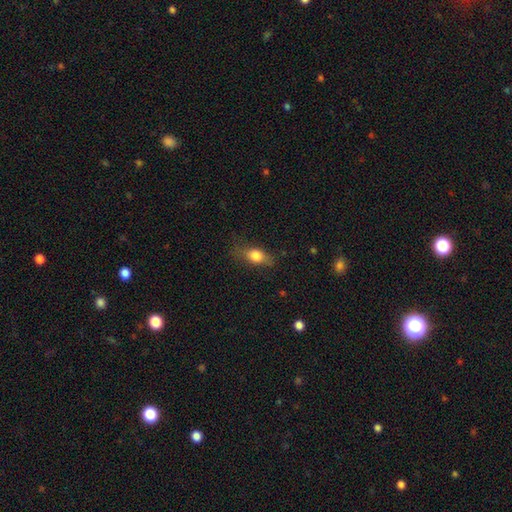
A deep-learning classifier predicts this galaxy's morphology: Q: Smooth or featured?
A: smooth (77%); runner-up: featured or disk (14%)
Q: How rounded?
A: in between (72%); runner-up: round (18%)
Q: Merging?
A: none (66%); runner-up: minor disturbance (24%)